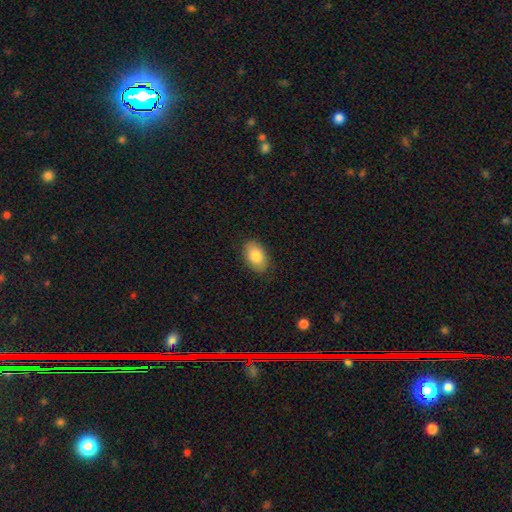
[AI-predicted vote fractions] Overall: smooth (84%). How rounded: in between (91%). Merging: none (85%).